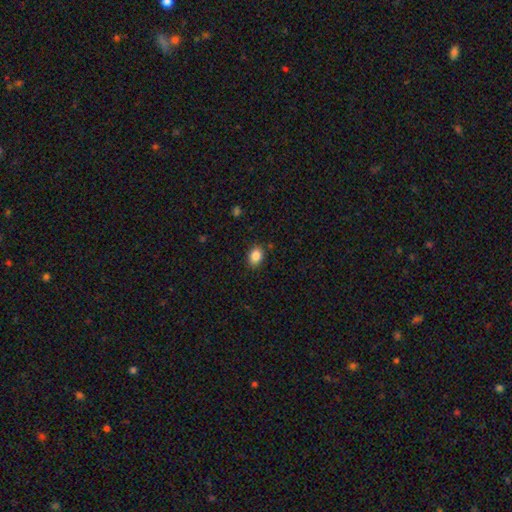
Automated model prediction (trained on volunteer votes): Smooth or featured?
  - smooth: 86% *
  - star or artifact: 9%
  - featured or disk: 5%
How rounded?
  - in between: 70% *
  - round: 29%
  - cigar-shaped: 1%
Merging?
  - none: 86% *
  - minor disturbance: 10%
  - major disturbance: 2%
  - merger: 2%